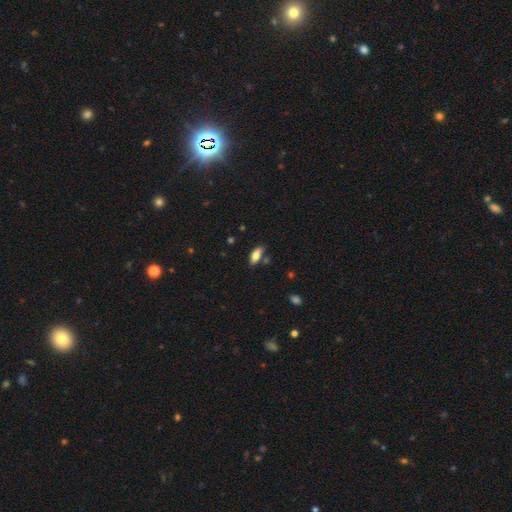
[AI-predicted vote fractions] This is likely a smooth galaxy (76%). How rounded: clearly in between (82%). Merging: likely none (72%).